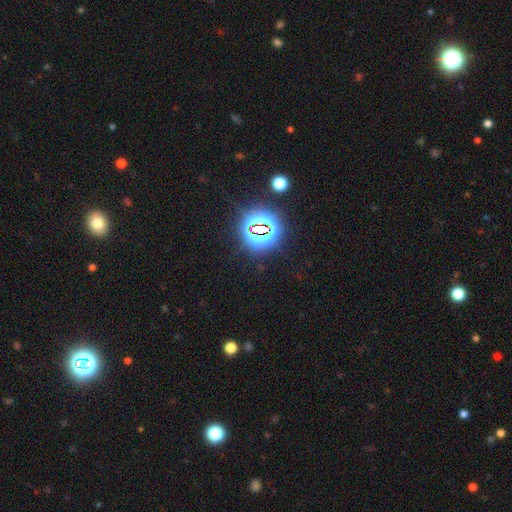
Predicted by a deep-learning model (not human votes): Overall: star or artifact (82%).